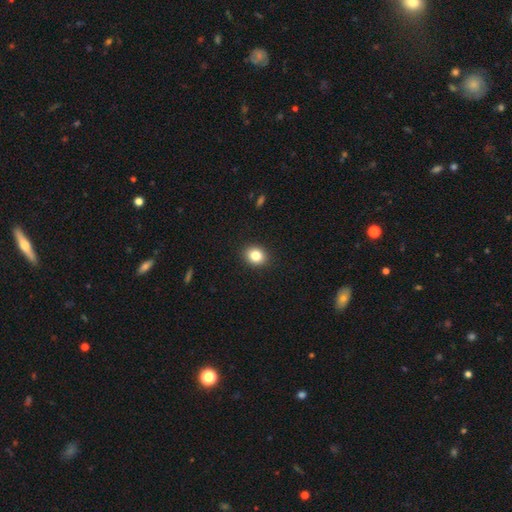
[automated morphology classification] Overall: smooth (84%). How rounded: round (62%; in between 37%). Merging: none (91%).